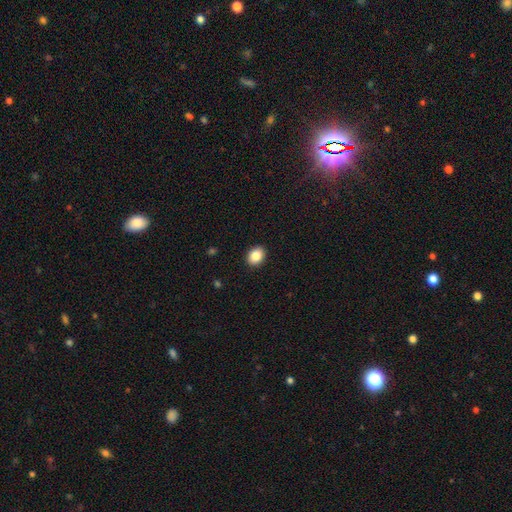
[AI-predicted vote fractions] This appears to be a smooth galaxy with no disk features (87%) that is in between round and cigar-shaped (60%). Merging: none (91%).